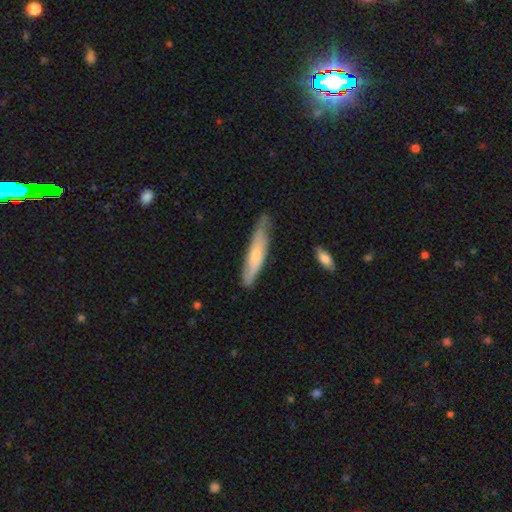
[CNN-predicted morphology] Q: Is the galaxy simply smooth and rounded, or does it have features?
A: smooth — 56%.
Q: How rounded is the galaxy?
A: cigar-shaped — 84%.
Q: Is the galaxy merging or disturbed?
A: none — 68%.